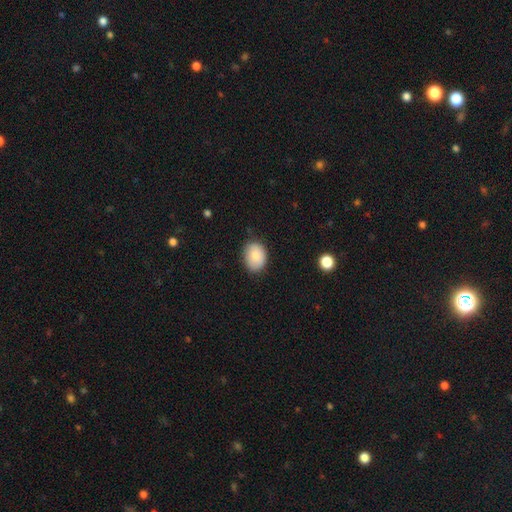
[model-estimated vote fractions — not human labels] Q: Smooth or featured?
A: smooth (84%); runner-up: featured or disk (9%)
Q: How rounded?
A: in between (63%); runner-up: round (36%)
Q: Merging?
A: none (79%); runner-up: minor disturbance (17%)